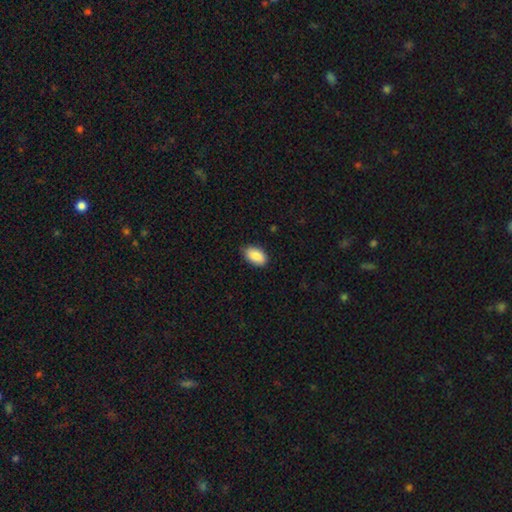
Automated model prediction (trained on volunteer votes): Smooth or featured: smooth — 87% (featured or disk — 6%)
How rounded: in between — 94% (round — 5%)
Merging: none — 85% (minor disturbance — 12%)